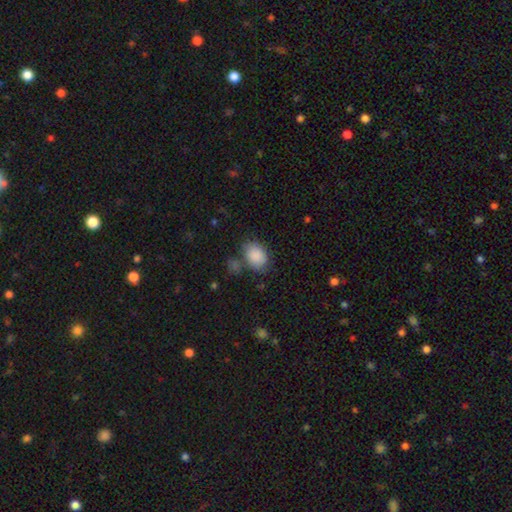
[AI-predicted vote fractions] The model was most divided on "how rounded": in between: 72%, round: 27%, cigar-shaped: 1%. More confident: smooth or featured — smooth (87%); merging — none (64%).